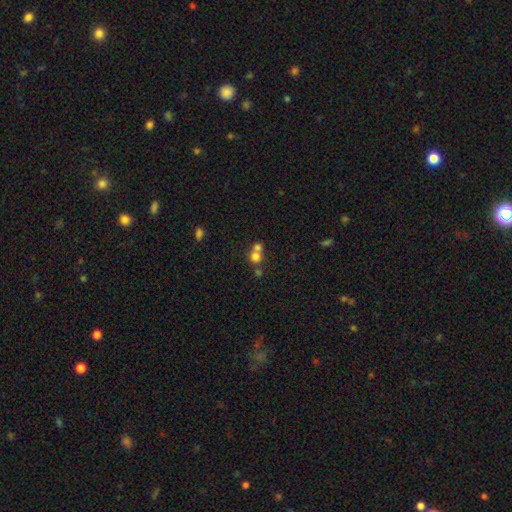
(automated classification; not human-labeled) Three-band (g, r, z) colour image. It shows a smooth galaxy with no disk features (73%) that is round (83%). Merging: merger (57%).